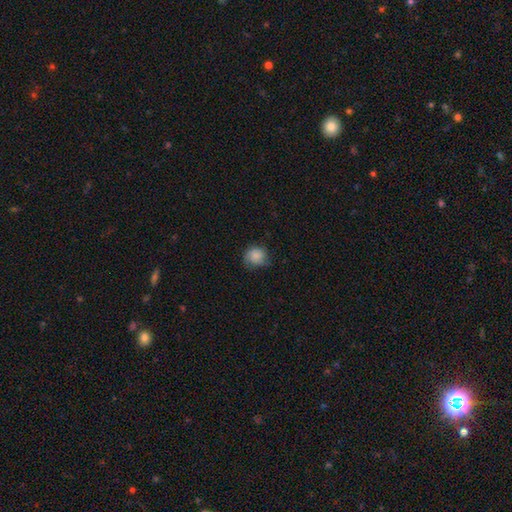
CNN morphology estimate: A smooth galaxy with no disk features (81%) that is round (78%). Merging: none (62%).